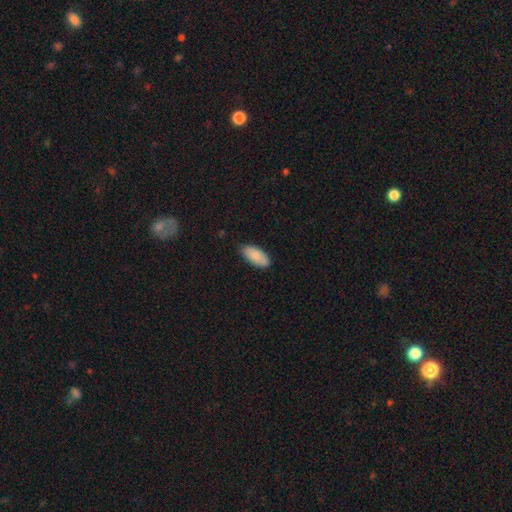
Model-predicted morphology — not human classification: Smooth or featured? Predicted: smooth (p=0.85). How rounded? Predicted: in between (p=0.90). Merging? Predicted: none (p=0.80).